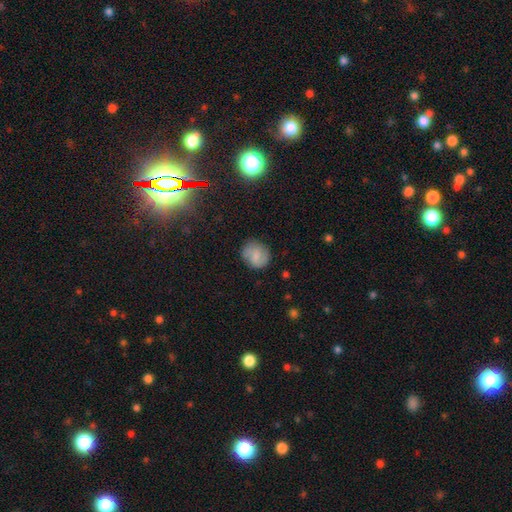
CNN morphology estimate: A smooth galaxy with no disk features (69%) that is round (75%).

Vote fractions:
- Smooth or featured? smooth: 69% / featured or disk: 23% / star or artifact: 8%
- How rounded? round: 75% / in between: 24% / cigar-shaped: 1%
- Merging? none: 79% / minor disturbance: 15% / major disturbance: 4% / merger: 1%